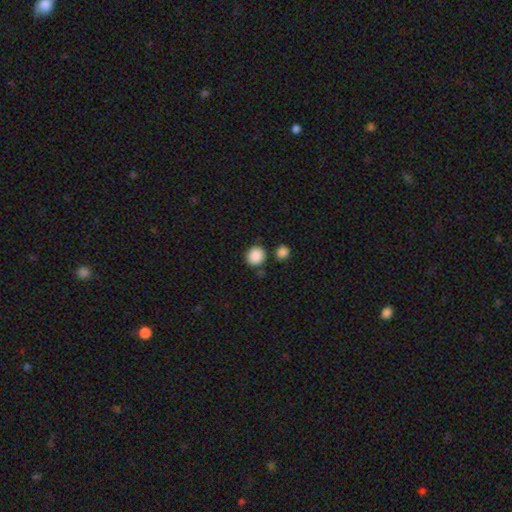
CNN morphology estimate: Q: Smooth or featured?
A: smooth (88%); runner-up: star or artifact (9%)
Q: How rounded?
A: round (84%); runner-up: in between (15%)
Q: Merging?
A: none (81%); runner-up: minor disturbance (9%)